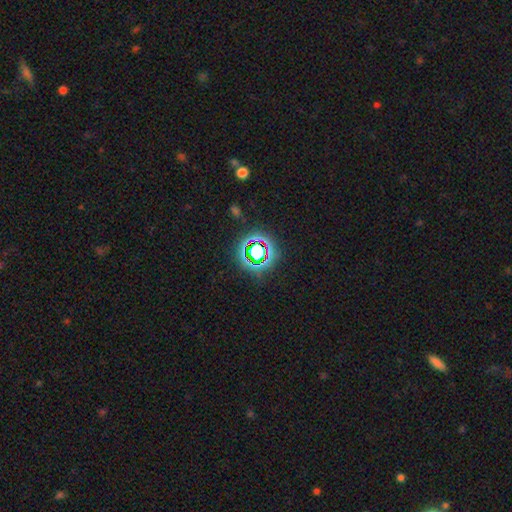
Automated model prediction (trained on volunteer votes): A star or artifact, not a galaxy (71%).